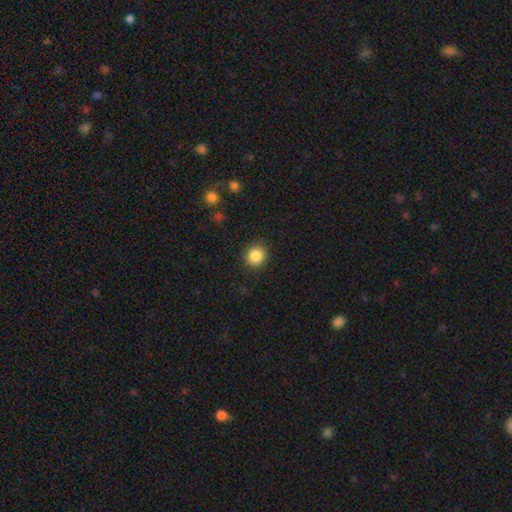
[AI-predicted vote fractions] A smooth galaxy with no disk features (86%) that is round (86%). Merging: none (90%).